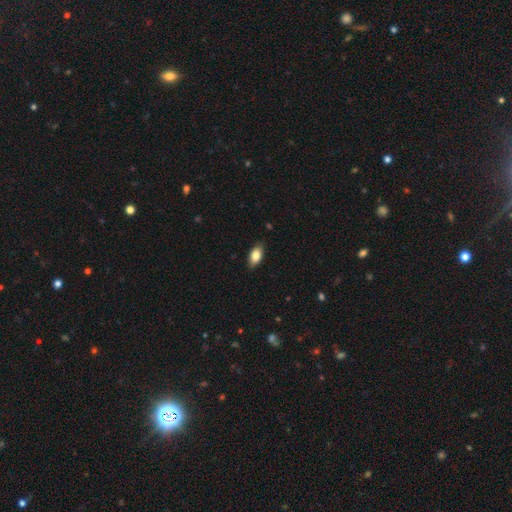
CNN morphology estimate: This is clearly a smooth galaxy (81%). How rounded: clearly in between (91%). Merging: clearly none (85%).